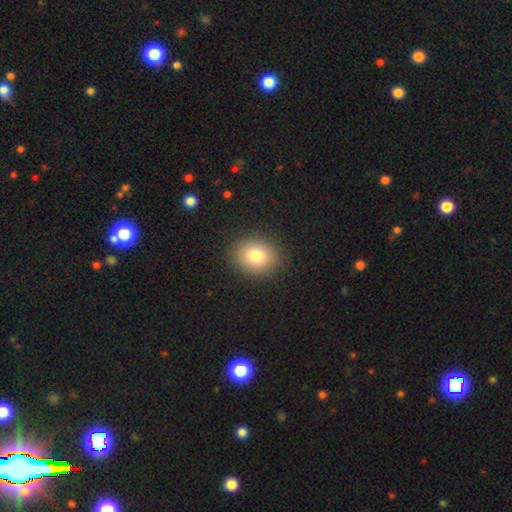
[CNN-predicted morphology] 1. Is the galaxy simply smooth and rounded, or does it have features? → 80% smooth, 10% star or artifact, 9% featured or disk.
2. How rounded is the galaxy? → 53% round, 46% in between, 1% cigar-shaped.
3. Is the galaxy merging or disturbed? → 89% none, 8% minor disturbance, 3% major disturbance, 1% merger.